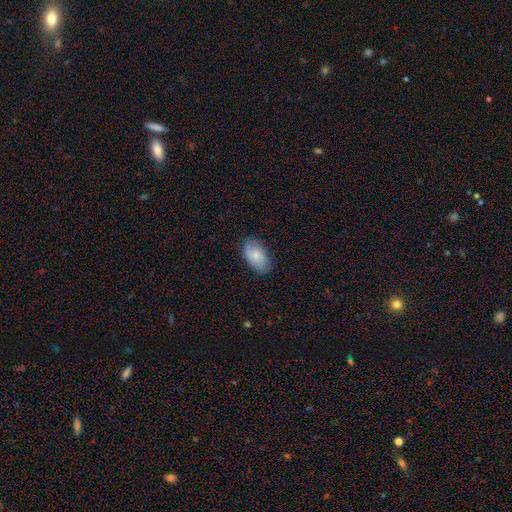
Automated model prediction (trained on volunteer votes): Smooth or featured?
  - smooth: 77% *
  - featured or disk: 16%
  - star or artifact: 7%
How rounded?
  - in between: 93% *
  - round: 5%
  - cigar-shaped: 2%
Merging?
  - none: 80% *
  - minor disturbance: 16%
  - major disturbance: 3%
  - merger: 1%